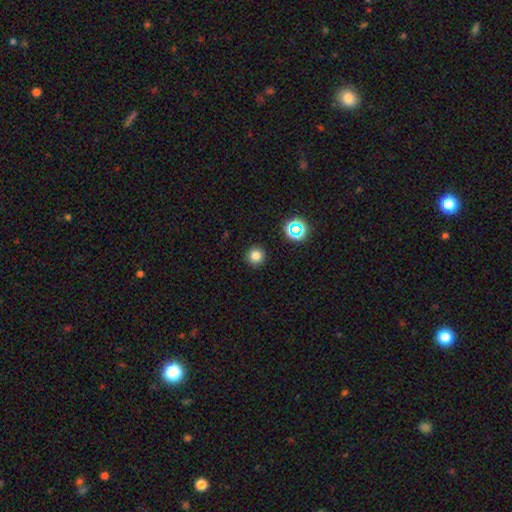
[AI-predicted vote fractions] This is likely a smooth galaxy (79%). How rounded: clearly round (96%). Merging: clearly none (92%).